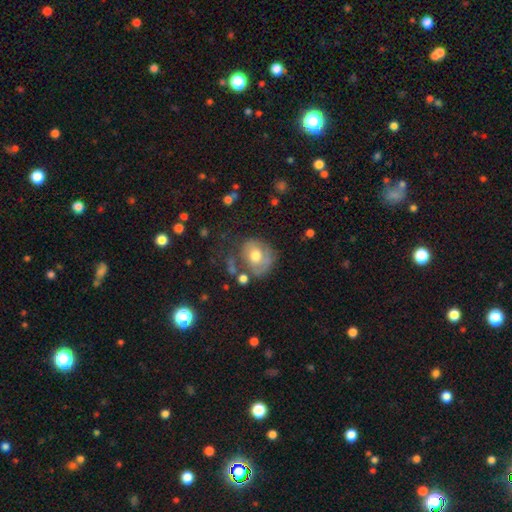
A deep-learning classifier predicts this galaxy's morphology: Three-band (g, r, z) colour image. It shows a smooth galaxy with no disk features (51%) that is round (68%). Merging: none (48%).